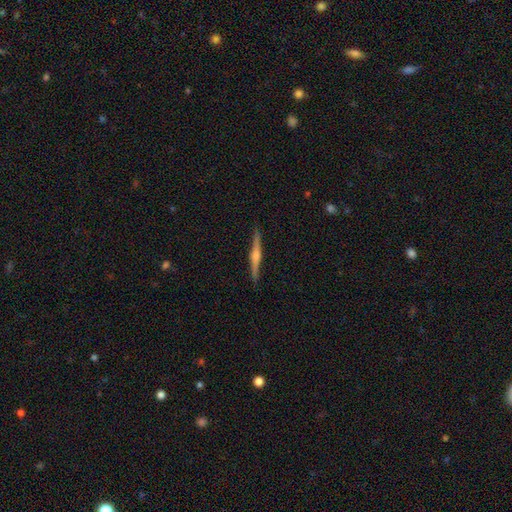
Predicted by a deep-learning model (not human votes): smooth_or_featured: featured or disk (p=0.74) [alt: smooth p=0.20]
disk_edge_on: yes (p=0.98) [alt: no p=0.02]
edge_on_bulge: rounded (p=0.78) [alt: boxy p=0.14]
merging: none (p=0.91) [alt: minor disturbance p=0.07]